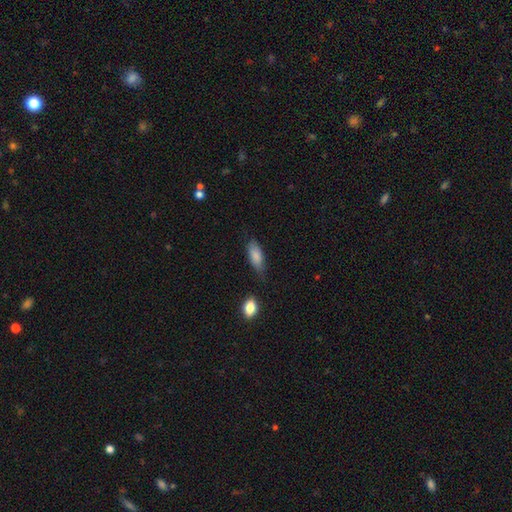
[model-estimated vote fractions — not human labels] Smooth or featured? smooth (84%)
How rounded? in between (74%)
Merging? none (60%)